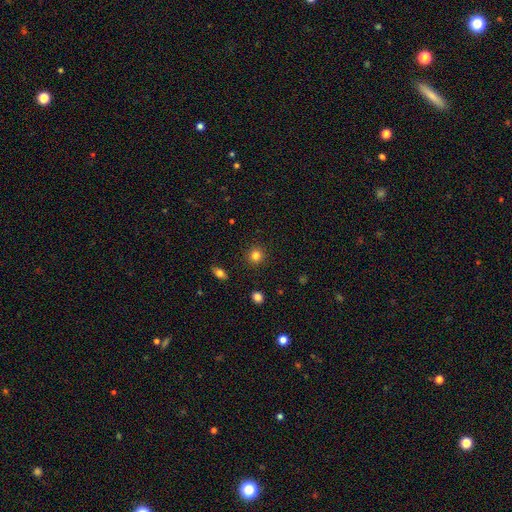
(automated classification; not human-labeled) smooth 83%, star or artifact 12%, featured or disk 5%. Down the decision tree: how rounded — round (92%); merging — none (91%).